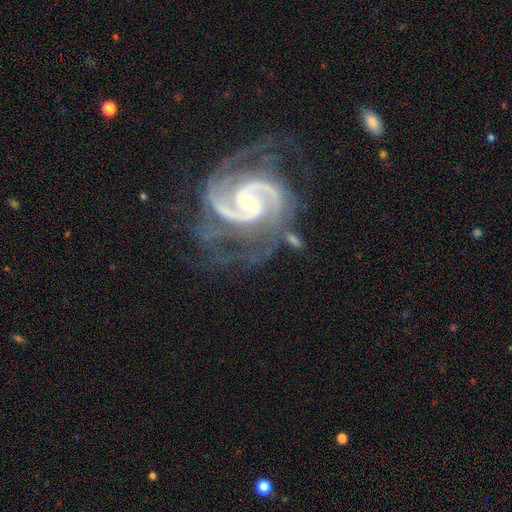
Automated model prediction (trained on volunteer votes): smooth_or_featured: featured or disk (p=0.92) [alt: star or artifact p=0.05]
disk_edge_on: no (p=0.98) [alt: yes p=0.02]
bar: weak (p=0.42) [alt: no p=0.30]
has_spiral_arms: yes (p=0.99) [alt: no p=0.01]
spiral_winding: medium (p=0.52) [alt: tight p=0.39]
spiral_arm_count: 2 (p=0.78) [alt: 3 p=0.10]
bulge_size: small (p=0.53) [alt: moderate p=0.42]
merging: none (p=0.67) [alt: minor disturbance p=0.18]